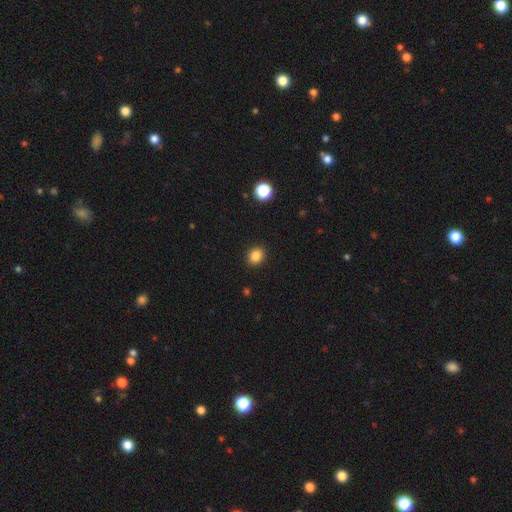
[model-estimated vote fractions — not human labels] This is clearly a smooth galaxy (85%). How rounded: likely round (61%). Merging: clearly none (91%).